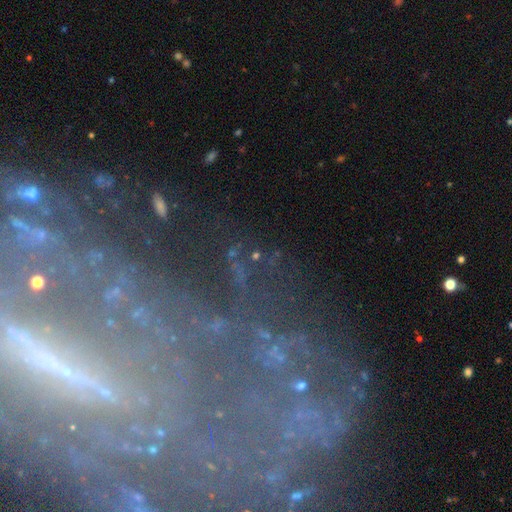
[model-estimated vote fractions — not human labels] smooth_or_featured: featured or disk (p=0.61) [alt: star or artifact p=0.26]
disk_edge_on: no (p=0.79) [alt: yes p=0.21]
merging: none (p=0.67) [alt: minor disturbance p=0.15]